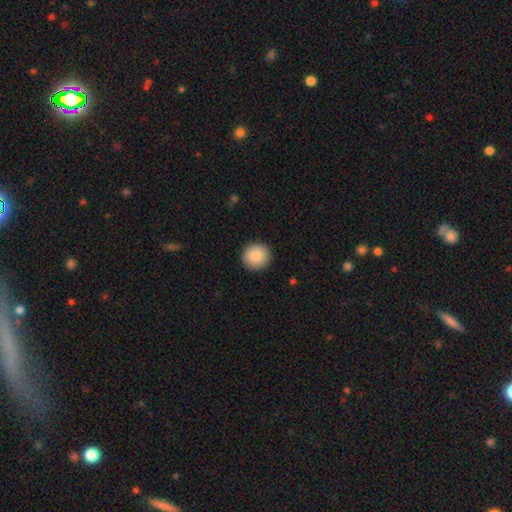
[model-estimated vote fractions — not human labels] A smooth galaxy with no disk features (88%) that is round (91%). Merging: none (92%).